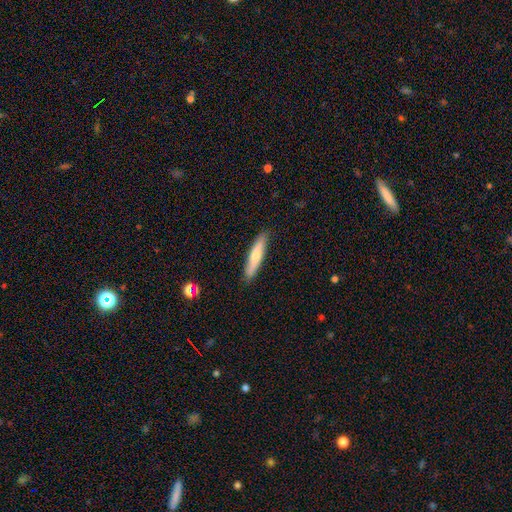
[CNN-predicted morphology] A smooth galaxy with no disk features (63%) that is cigar-shaped (83%). Merging: none (87%).